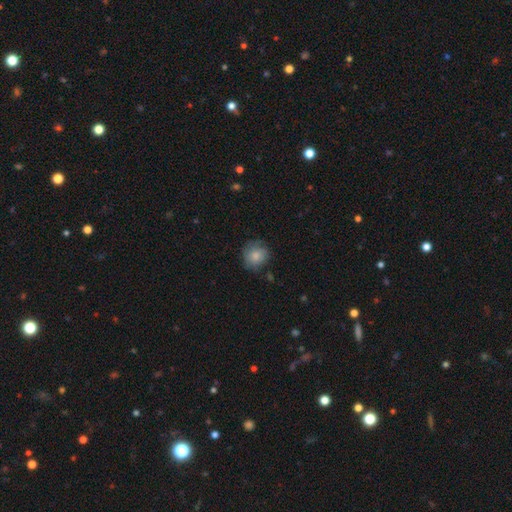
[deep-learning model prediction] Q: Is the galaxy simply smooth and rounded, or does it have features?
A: smooth — 79%.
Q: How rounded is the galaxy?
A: round — 86%.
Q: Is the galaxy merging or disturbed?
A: none — 72%.